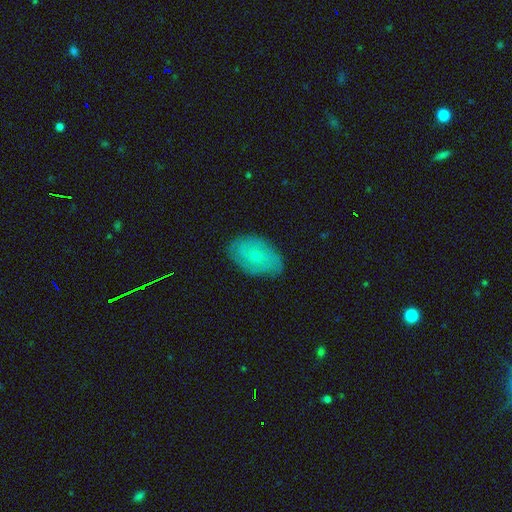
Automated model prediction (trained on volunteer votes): A smooth galaxy with no disk features (51%) that is in between round and cigar-shaped (90%).

Vote fractions:
- Smooth or featured? smooth: 51% / featured or disk: 40% / star or artifact: 9%
- How rounded? in between: 90% / round: 9% / cigar-shaped: 2%
- Merging? none: 77% / minor disturbance: 18% / major disturbance: 4% / merger: 1%